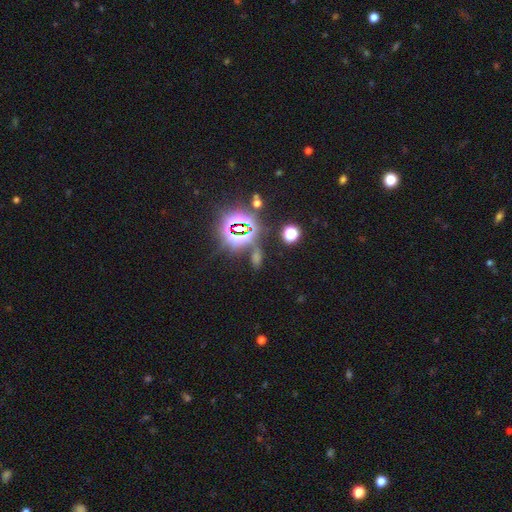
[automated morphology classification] Smooth or featured? star or artifact (71%)